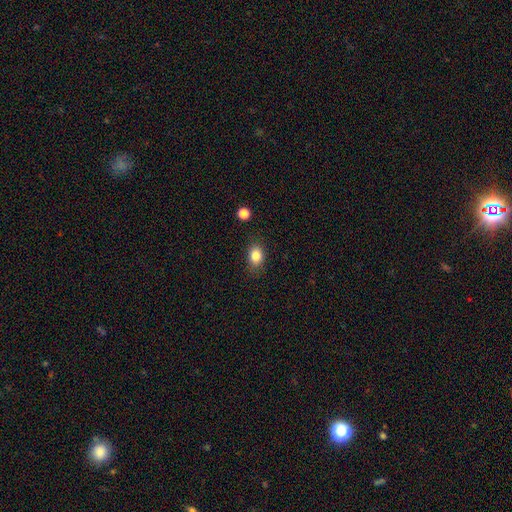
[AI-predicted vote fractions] This is clearly a smooth galaxy (83%). How rounded: likely in between (63%). Merging: clearly none (83%).